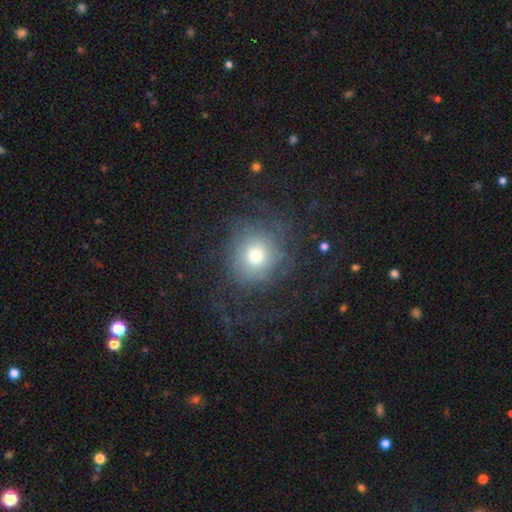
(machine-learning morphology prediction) The model was most divided on "smooth or featured": smooth: 44%, featured or disk: 43%, star or artifact: 13%. More confident: merging — none (58%).